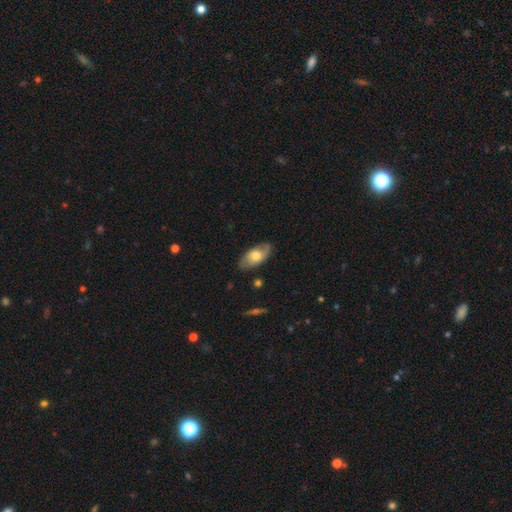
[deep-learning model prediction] A smooth galaxy with no disk features (52%) that is in between round and cigar-shaped (92%).

Vote fractions:
- Smooth or featured? smooth: 52% / featured or disk: 42% / star or artifact: 6%
- How rounded? in between: 92% / cigar-shaped: 4% / round: 4%
- Merging? none: 78% / minor disturbance: 17% / major disturbance: 3% / merger: 1%